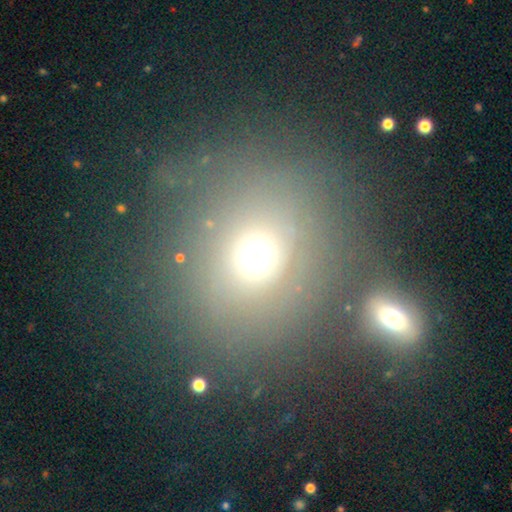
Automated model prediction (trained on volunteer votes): A smooth galaxy with no disk features (66%) that is round (76%). Merging: none (61%).